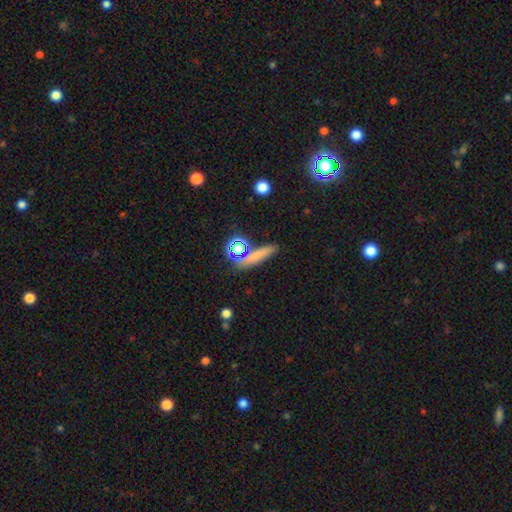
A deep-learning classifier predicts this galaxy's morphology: smooth_or_featured: smooth (p=0.70) [alt: star or artifact p=0.17]
how_rounded: cigar-shaped (p=0.73) [alt: in between p=0.18]
merging: none (p=0.77) [alt: minor disturbance p=0.12]